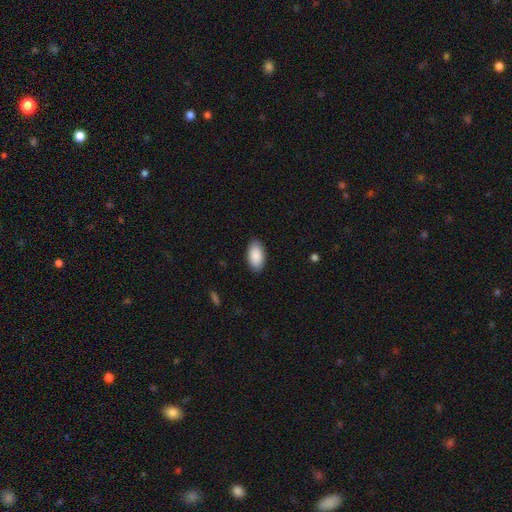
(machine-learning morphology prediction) This is clearly a smooth galaxy (90%). How rounded: clearly in between (96%). Merging: clearly none (88%).